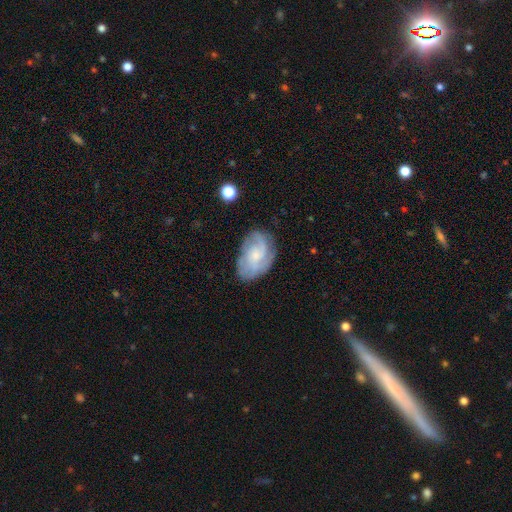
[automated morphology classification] This is likely a featured or disk galaxy (73%). It is clearly not viewed edge-on (97%). Bar: likely no (69%). Spiral arm pattern: clearly yes (93%). Spiral arm count: marginally 2 (30%). Spiral winding: possibly tight (46%). Central bulge: possibly small (55%). Merging: likely none (73%).